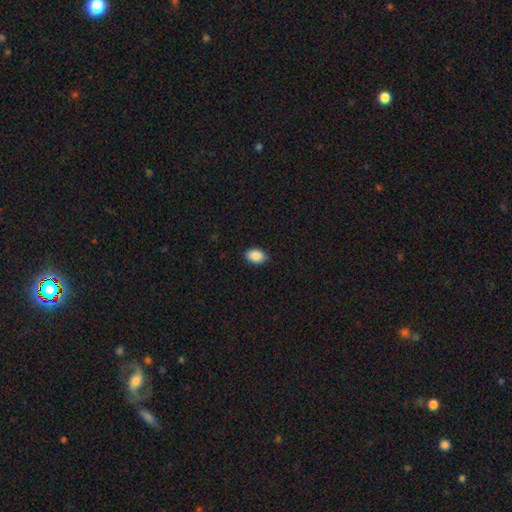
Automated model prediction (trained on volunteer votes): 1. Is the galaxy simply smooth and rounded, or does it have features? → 90% smooth, 7% star or artifact, 3% featured or disk.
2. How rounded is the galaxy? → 86% in between, 13% round, 1% cigar-shaped.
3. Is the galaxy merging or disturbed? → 87% none, 10% minor disturbance, 2% major disturbance, 1% merger.